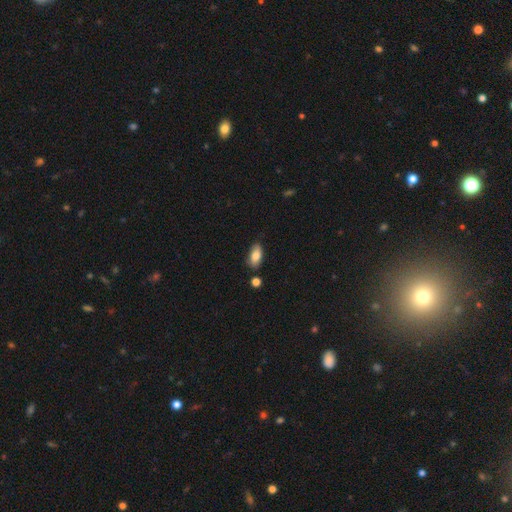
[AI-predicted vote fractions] smooth 81%, featured or disk 12%, star or artifact 7%. Down the decision tree: how rounded — in between (90%); merging — none (79%).